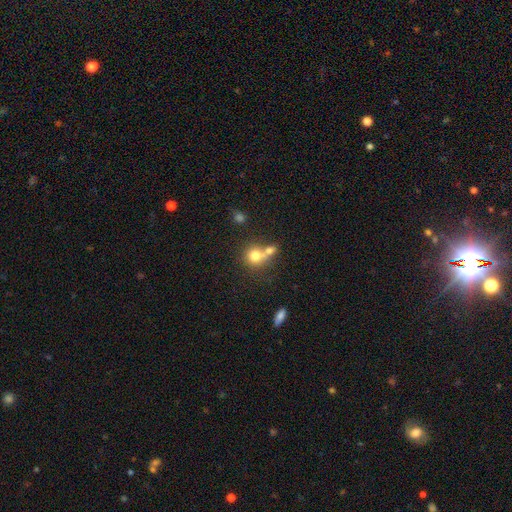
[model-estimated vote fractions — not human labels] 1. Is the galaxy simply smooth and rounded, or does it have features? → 75% smooth, 14% featured or disk, 12% star or artifact.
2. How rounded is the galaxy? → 82% round, 17% in between, 1% cigar-shaped.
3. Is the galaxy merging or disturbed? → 47% merger, 40% none, 8% minor disturbance, 4% major disturbance.